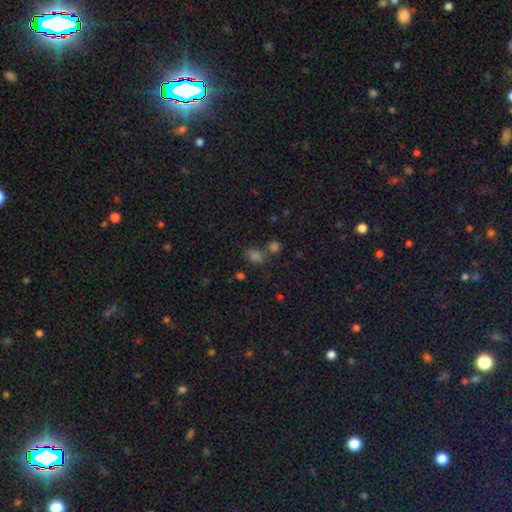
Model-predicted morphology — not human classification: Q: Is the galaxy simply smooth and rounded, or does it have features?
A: smooth — 61%.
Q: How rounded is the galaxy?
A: in between — 56%.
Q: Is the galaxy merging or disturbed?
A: none — 64%.